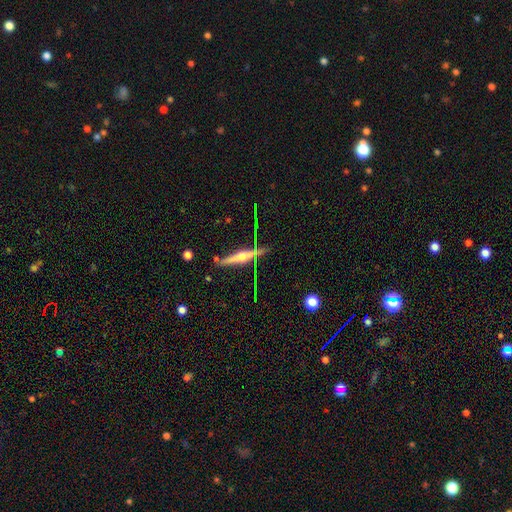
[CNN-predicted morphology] featured or disk 73%, smooth 17%, star or artifact 10%. Down the decision tree: edge-on disk — yes (93%); edge-on bulge — rounded (89%); merging — none (72%).